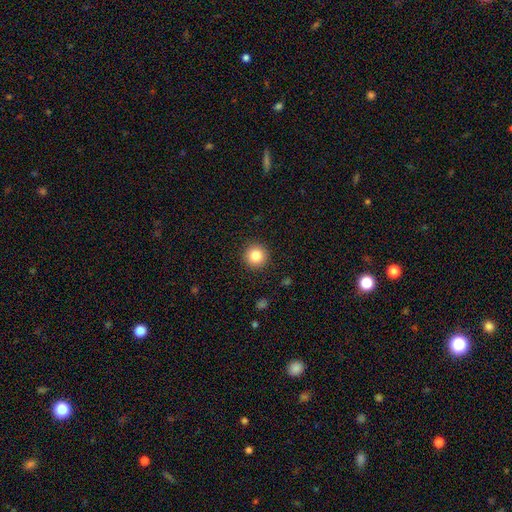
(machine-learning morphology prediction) Smooth or featured?
  - smooth: 84% *
  - star or artifact: 10%
  - featured or disk: 5%
How rounded?
  - round: 96% *
  - in between: 4%
  - cigar-shaped: 1%
Merging?
  - none: 92% *
  - minor disturbance: 5%
  - major disturbance: 2%
  - merger: 1%